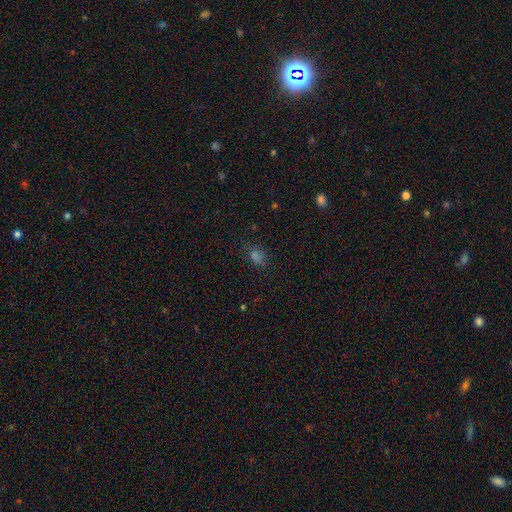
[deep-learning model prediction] Overall: smooth (70%). How rounded: in between (62%; round 36%). Merging: none (75%).